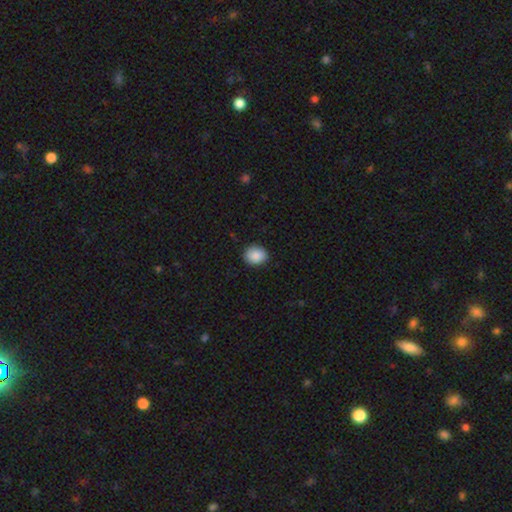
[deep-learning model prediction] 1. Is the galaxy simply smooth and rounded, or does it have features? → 89% smooth, 8% star or artifact, 3% featured or disk.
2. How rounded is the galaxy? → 60% round, 39% in between, 1% cigar-shaped.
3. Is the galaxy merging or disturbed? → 87% none, 10% minor disturbance, 2% major disturbance, 1% merger.